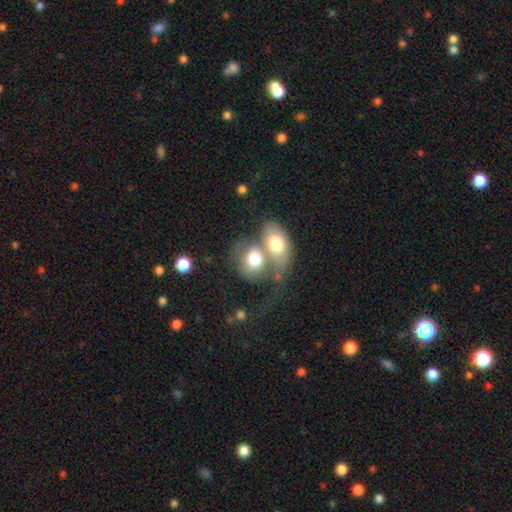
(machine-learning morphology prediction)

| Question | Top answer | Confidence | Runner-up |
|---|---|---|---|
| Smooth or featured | smooth | 65% | featured or disk (27%) |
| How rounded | in between | 65% | round (33%) |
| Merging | merger | 69% | none (16%) |